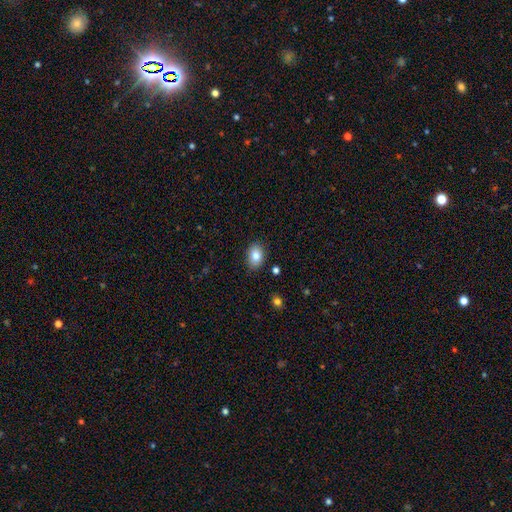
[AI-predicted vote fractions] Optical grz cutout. It shows a smooth galaxy with no disk features (83%) that is in between round and cigar-shaped (83%). Merging: none (86%).